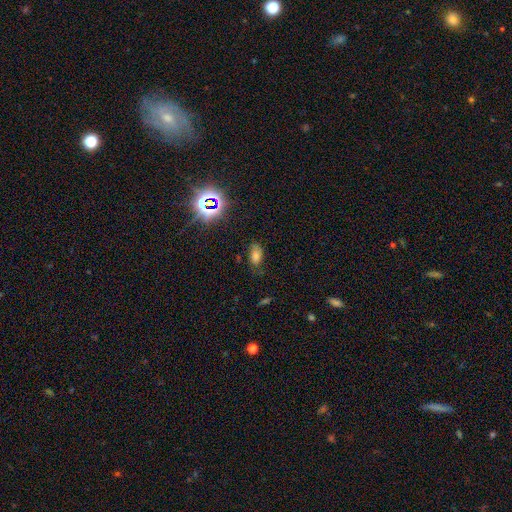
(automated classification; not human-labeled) smooth_or_featured: smooth (p=0.63) [alt: star or artifact p=0.22]
how_rounded: in between (p=0.89) [alt: round p=0.07]
merging: none (p=0.63) [alt: minor disturbance p=0.25]